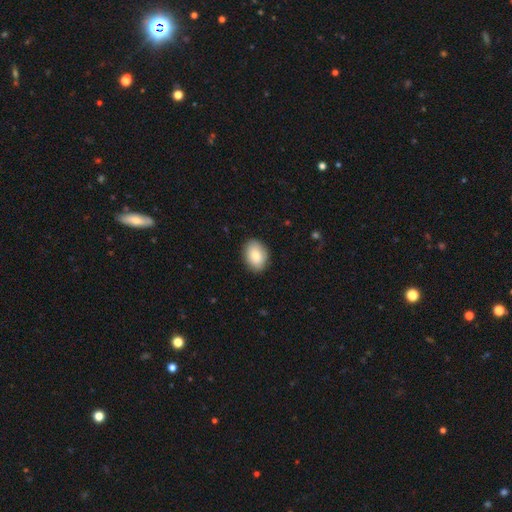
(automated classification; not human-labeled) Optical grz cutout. It shows a smooth galaxy with no disk features (81%) that is in between round and cigar-shaped (74%). Merging: none (86%).